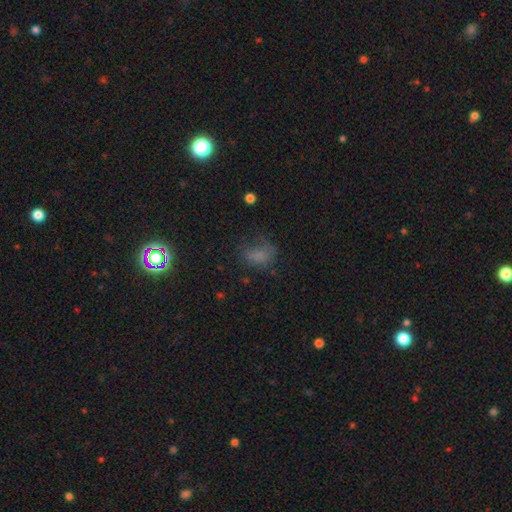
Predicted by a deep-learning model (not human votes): This is possibly a smooth galaxy (58%). How rounded: likely in between (70%). Merging: possibly none (47%).